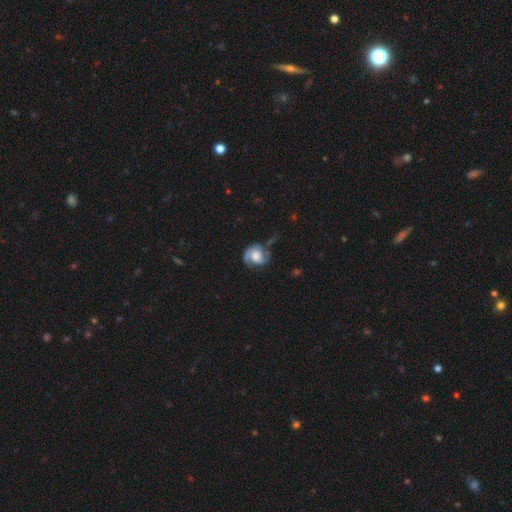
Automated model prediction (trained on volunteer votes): The model was most divided on "bulge size": moderate: 45%, large: 34%, small: 12%, none: 6%, dominant: 3%. Remaining: edge-on disk — no (98%); spiral arms — yes (94%); spiral arm count — 2 (83%); smooth or featured — featured or disk (77%); merging — none (61%); bar — no (58%); spiral winding — medium (49%).